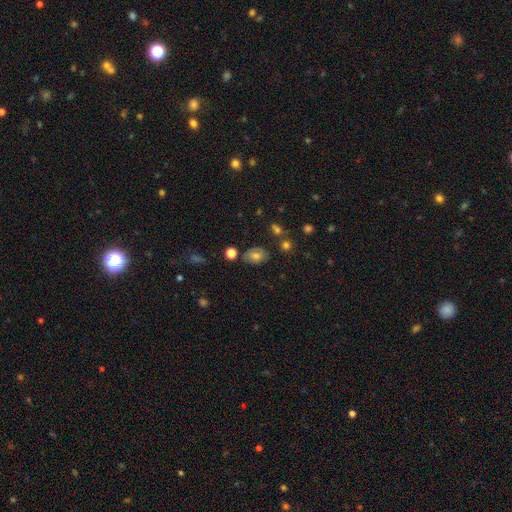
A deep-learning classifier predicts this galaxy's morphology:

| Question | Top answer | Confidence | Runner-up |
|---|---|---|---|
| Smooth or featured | smooth | 74% | featured or disk (13%) |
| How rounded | in between | 79% | round (20%) |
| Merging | none | 77% | minor disturbance (14%) |